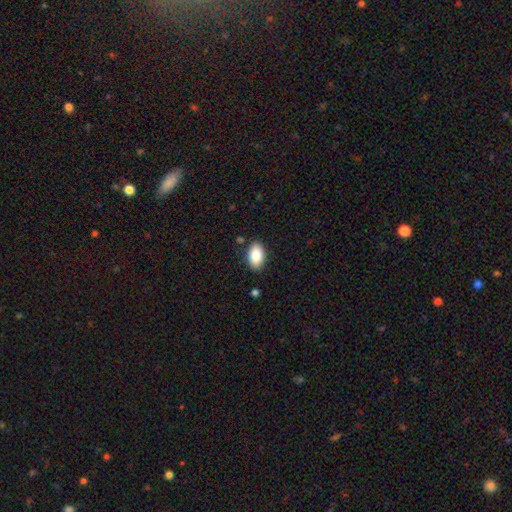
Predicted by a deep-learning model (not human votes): The model was most divided on "merging": none: 86%, minor disturbance: 10%, major disturbance: 2%, merger: 2%. More confident: how rounded — in between (93%); smooth or featured — smooth (87%).